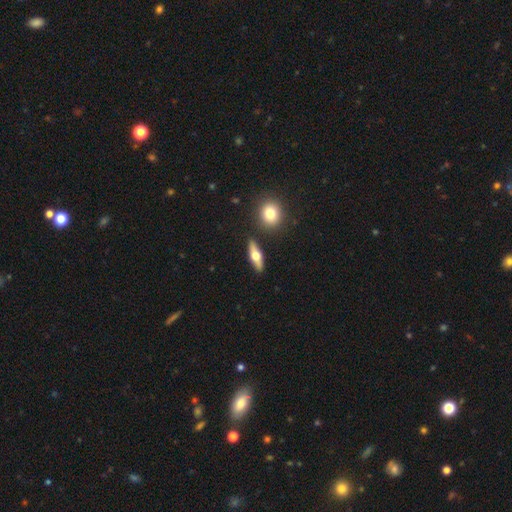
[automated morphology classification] type=featured or disk (52%); edge-on=yes (89%); merging=none (87%).